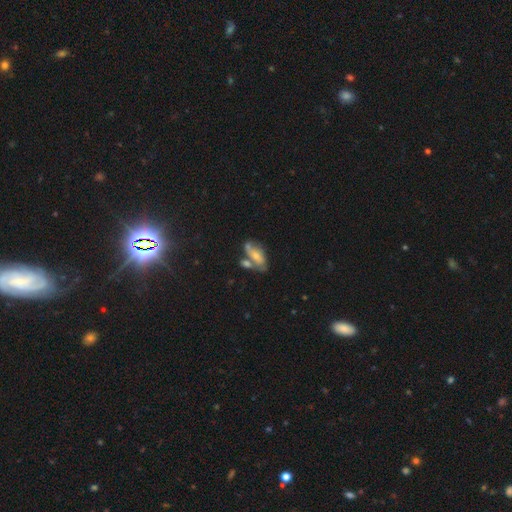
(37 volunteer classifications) smooth_or_featured: smooth (p=0.62) [alt: featured or disk p=0.35]
how_rounded: in between (p=0.74) [alt: cigar-shaped p=0.17]
merging: none (p=0.39) [alt: minor disturbance p=0.25]